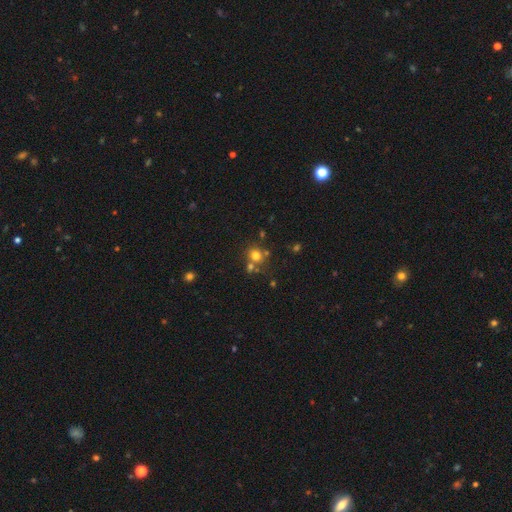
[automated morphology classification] This is likely a smooth galaxy (72%). How rounded: clearly round (81%). Merging: likely none (62%).